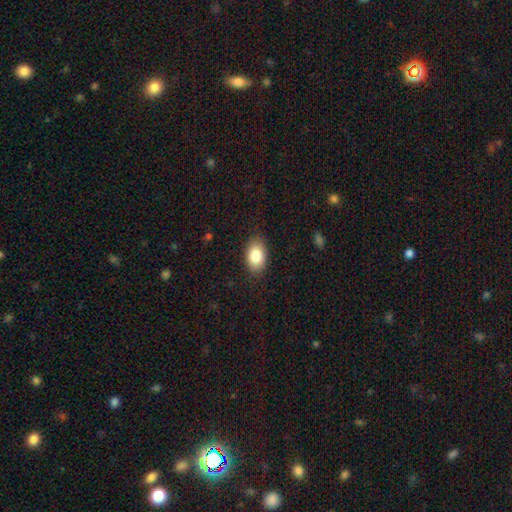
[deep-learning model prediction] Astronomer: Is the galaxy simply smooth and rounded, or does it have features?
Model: smooth — 84%.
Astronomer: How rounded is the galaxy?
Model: in between — 87%.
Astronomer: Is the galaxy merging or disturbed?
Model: none — 86%.